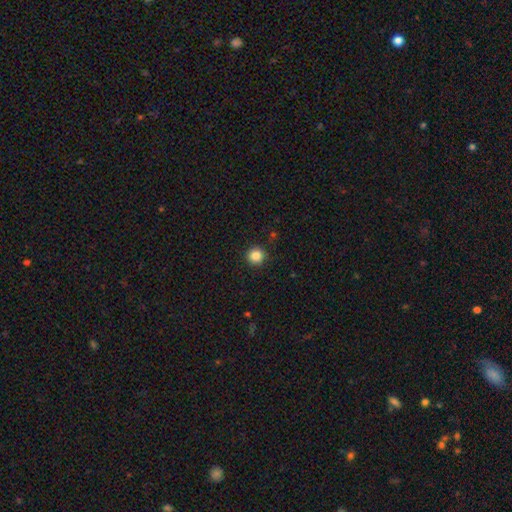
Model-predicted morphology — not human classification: smooth_or_featured: smooth (p=0.86) [alt: star or artifact p=0.11]
how_rounded: round (p=0.95) [alt: in between p=0.04]
merging: none (p=0.92) [alt: minor disturbance p=0.05]